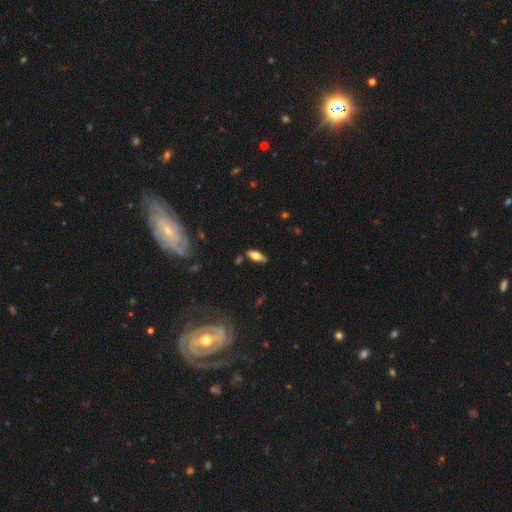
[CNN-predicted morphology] smooth_or_featured: smooth (p=0.62) [alt: featured or disk p=0.30]
how_rounded: in between (p=0.76) [alt: cigar-shaped p=0.22]
merging: none (p=0.83) [alt: minor disturbance p=0.12]